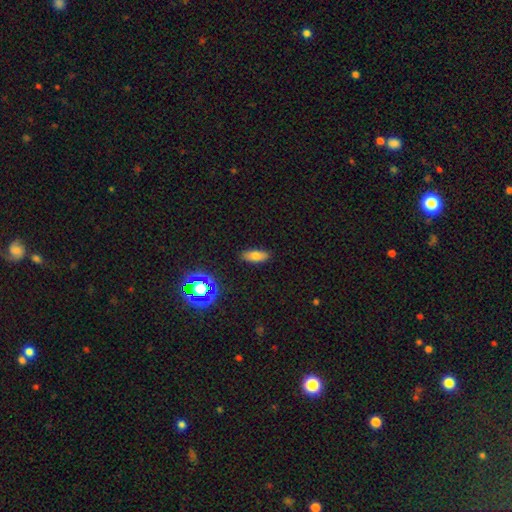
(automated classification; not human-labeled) Overall: smooth (75%). How rounded: in between (82%). Merging: none (87%).